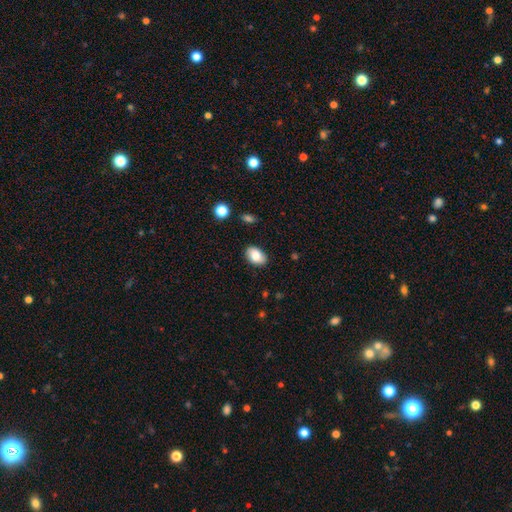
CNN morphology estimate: This appears to be a smooth galaxy with no disk features (82%) that is in between round and cigar-shaped (88%). Merging: none (85%).